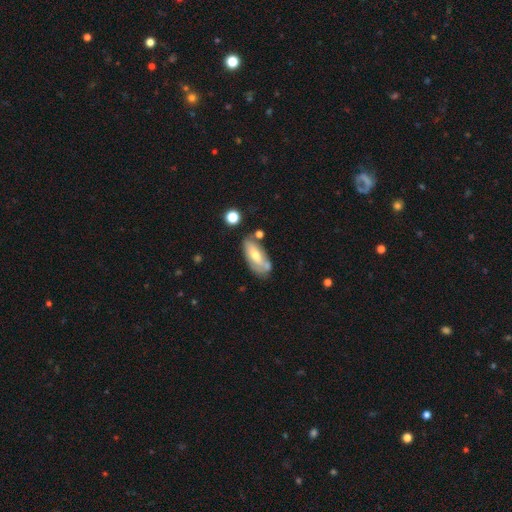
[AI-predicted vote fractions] Smooth or featured?
  - smooth: 54% *
  - featured or disk: 39%
  - star or artifact: 7%
How rounded?
  - in between: 82% *
  - cigar-shaped: 15%
  - round: 3%
Merging?
  - none: 52% *
  - minor disturbance: 25%
  - merger: 13%
  - major disturbance: 9%